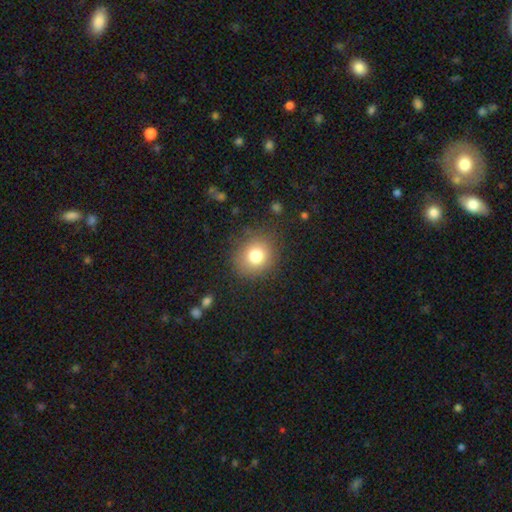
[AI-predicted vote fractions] Smooth or featured: smooth — 79% (star or artifact — 12%)
How rounded: round — 79% (in between — 20%)
Merging: none — 84% (minor disturbance — 10%)